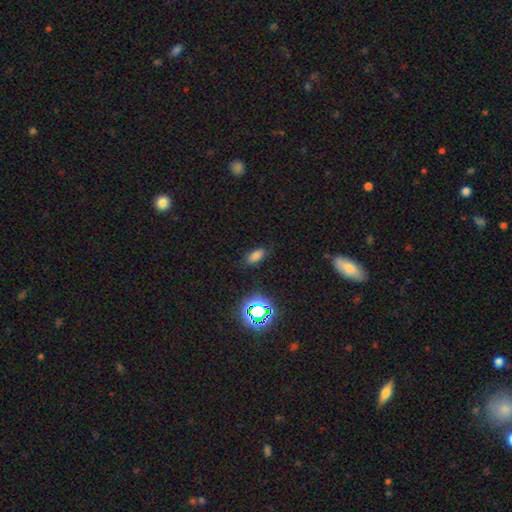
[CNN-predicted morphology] type=smooth (74%); roundness=in between (86%); merging=none (83%).